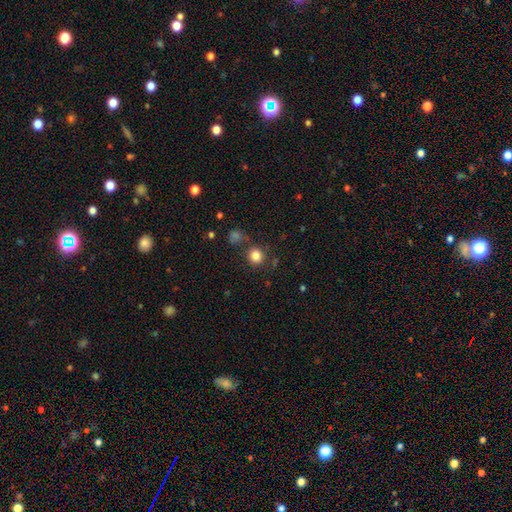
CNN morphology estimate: Overall: smooth (83%). How rounded: round (90%). Merging: none (77%).